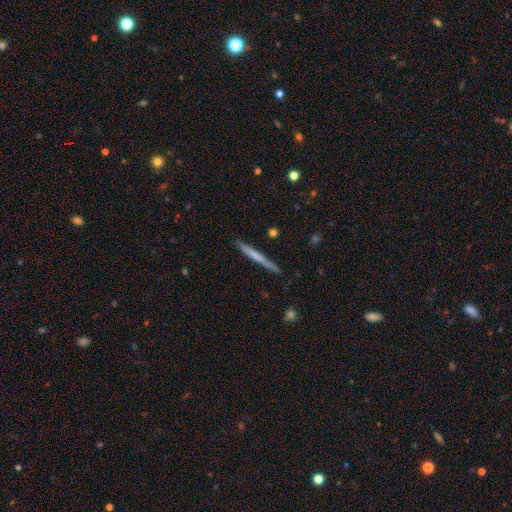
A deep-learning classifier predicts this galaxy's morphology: Q: Smooth or featured?
A: smooth (57%); runner-up: featured or disk (38%)
Q: How rounded?
A: cigar-shaped (97%); runner-up: in between (2%)
Q: Merging?
A: none (88%); runner-up: minor disturbance (9%)